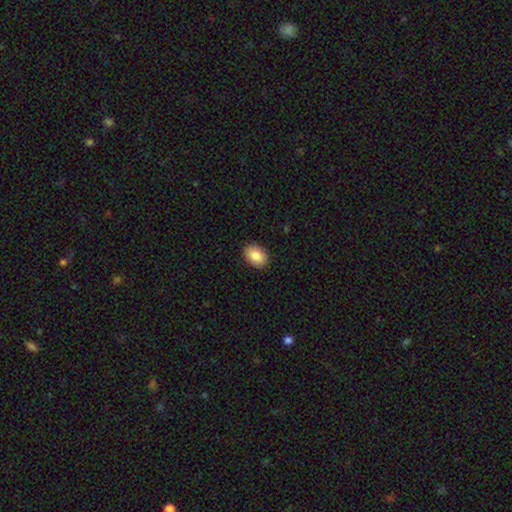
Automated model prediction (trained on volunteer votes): smooth 86%, star or artifact 7%, featured or disk 6%. Down the decision tree: how rounded — in between (78%); merging — none (90%).